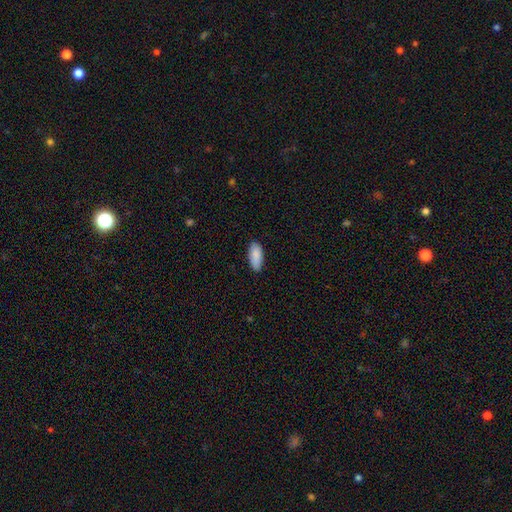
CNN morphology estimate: smooth 89%, star or artifact 6%, featured or disk 5%. Down the decision tree: how rounded — in between (84%); merging — none (85%).